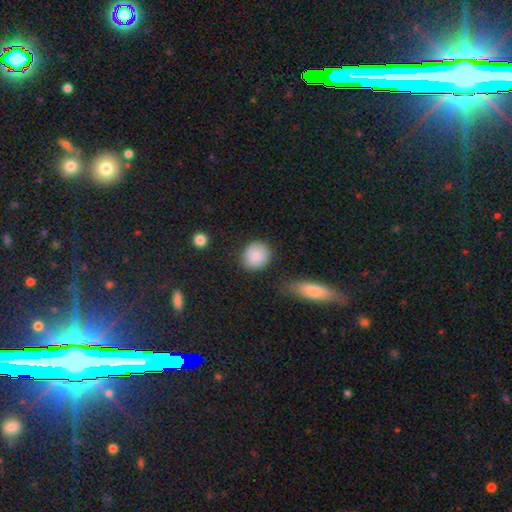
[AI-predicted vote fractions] Overall: smooth (83%). How rounded: round (81%). Merging: none (80%).